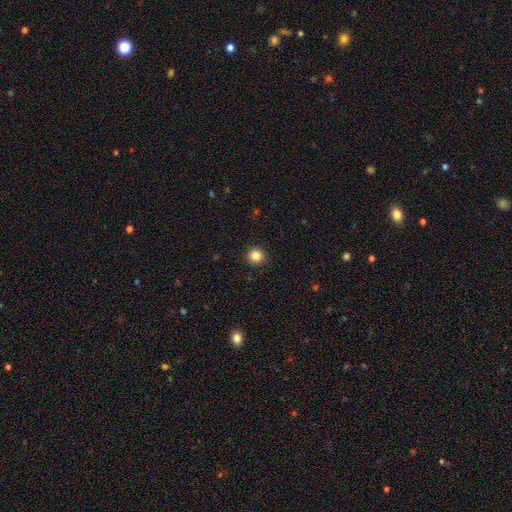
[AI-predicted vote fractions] Q: Smooth or featured?
A: smooth (84%); runner-up: star or artifact (11%)
Q: How rounded?
A: round (94%); runner-up: in between (5%)
Q: Merging?
A: none (92%); runner-up: minor disturbance (5%)